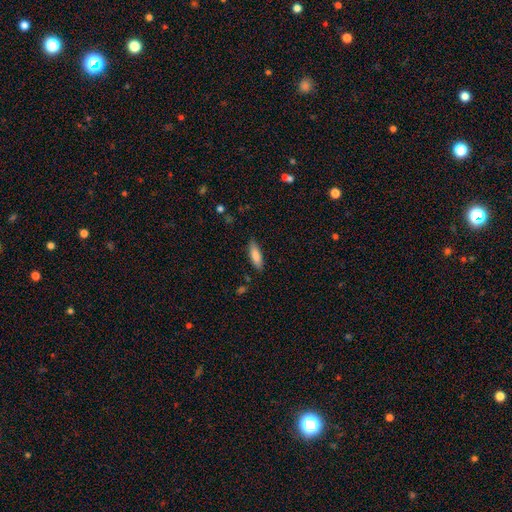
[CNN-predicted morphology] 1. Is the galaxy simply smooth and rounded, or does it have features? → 82% smooth, 12% featured or disk, 6% star or artifact.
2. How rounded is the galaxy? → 52% in between, 46% cigar-shaped, 2% round.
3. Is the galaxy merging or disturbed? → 84% none, 12% minor disturbance, 2% major disturbance, 1% merger.